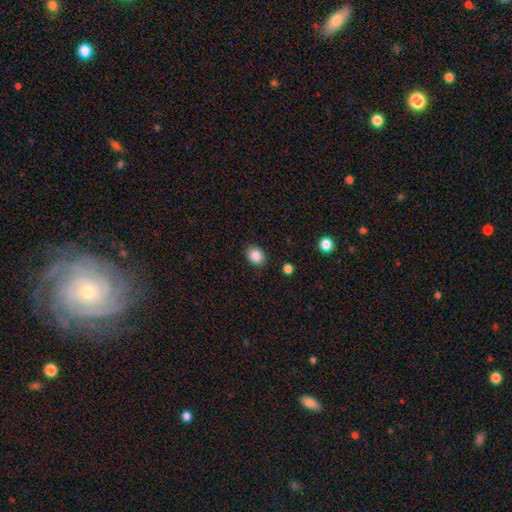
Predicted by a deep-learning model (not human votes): Smooth or featured? smooth (86%)
How rounded? in between (55%)
Merging? none (87%)